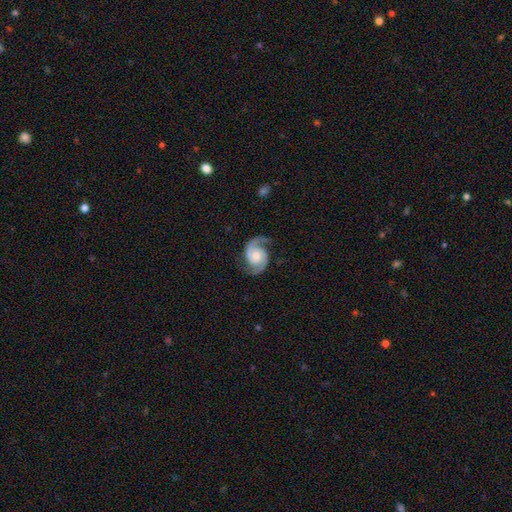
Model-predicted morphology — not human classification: Q: Smooth or featured?
A: featured or disk (91%); runner-up: star or artifact (4%)
Q: Edge-on disk?
A: no (98%); runner-up: yes (2%)
Q: Bar?
A: no (67%); runner-up: weak (26%)
Q: Spiral arms?
A: yes (98%); runner-up: no (2%)
Q: Spiral winding?
A: medium (56%); runner-up: tight (29%)
Q: Spiral arm count?
A: 2 (94%); runner-up: can't tell (2%)
Q: Bulge size?
A: moderate (58%); runner-up: small (32%)
Q: Merging?
A: none (80%); runner-up: minor disturbance (14%)